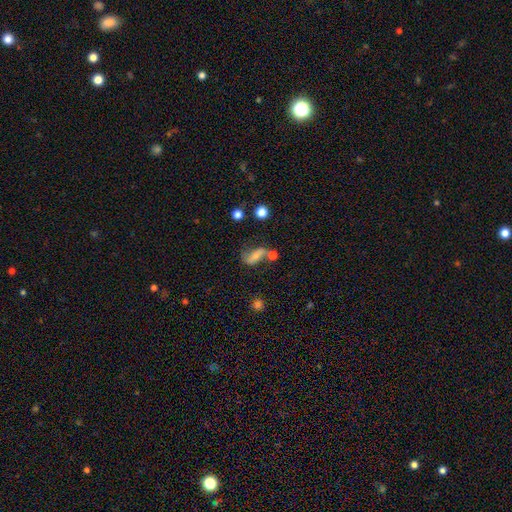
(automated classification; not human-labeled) Morphology: type=featured or disk (44%, tied with smooth); merging=none (39%).